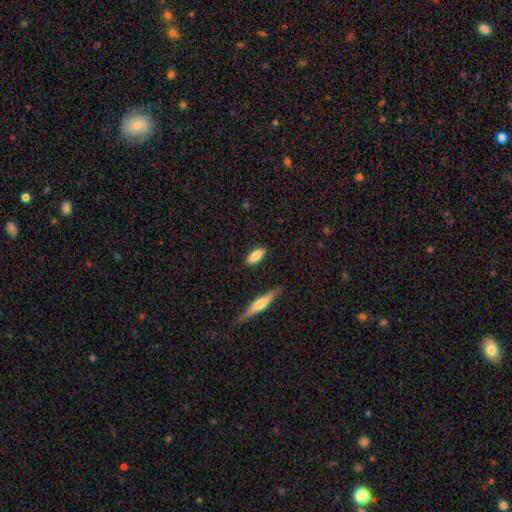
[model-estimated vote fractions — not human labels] A smooth galaxy with no disk features (81%) that is in between round and cigar-shaped (73%). Merging: none (86%).